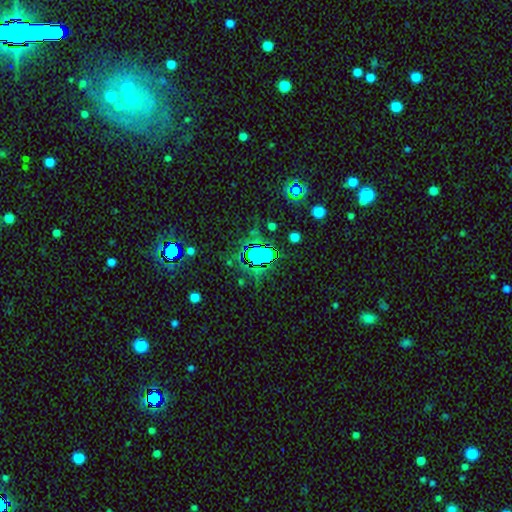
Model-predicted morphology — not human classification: A star or artifact, not a galaxy (64%).